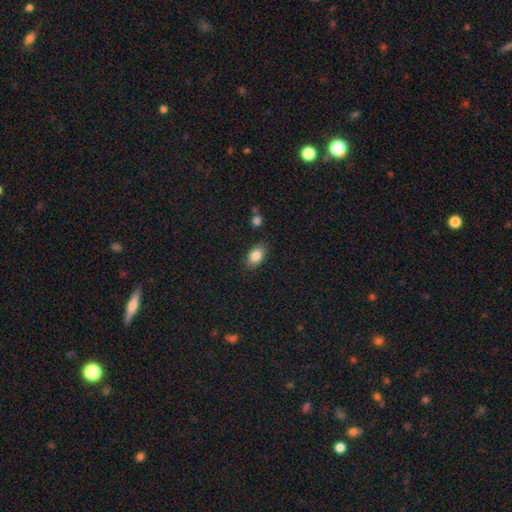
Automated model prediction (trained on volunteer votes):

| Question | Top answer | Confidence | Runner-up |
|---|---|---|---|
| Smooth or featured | smooth | 85% | star or artifact (8%) |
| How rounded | in between | 88% | round (11%) |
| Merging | none | 84% | minor disturbance (11%) |